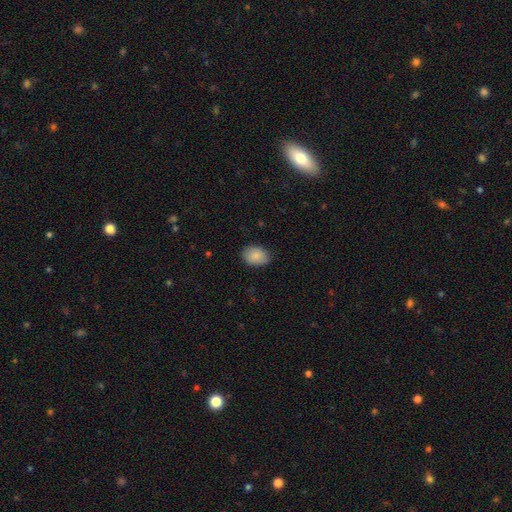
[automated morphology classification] Smooth or featured? Predicted: smooth (p=0.89). How rounded? Predicted: in between (p=0.77). Merging? Predicted: none (p=0.83).